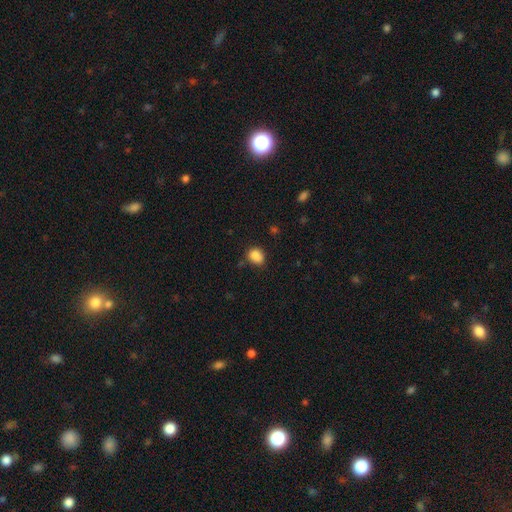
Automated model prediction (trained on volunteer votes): The model was most divided on "how rounded": round: 50%, in between: 49%, cigar-shaped: 1%. More confident: smooth or featured — smooth (85%); merging — none (66%).